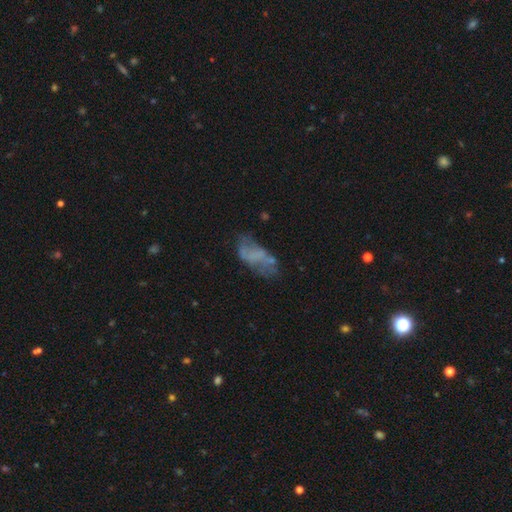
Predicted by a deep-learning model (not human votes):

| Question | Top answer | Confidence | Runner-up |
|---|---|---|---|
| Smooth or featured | featured or disk | 48% | smooth (39%) |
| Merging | none | 43% | minor disturbance (25%) |